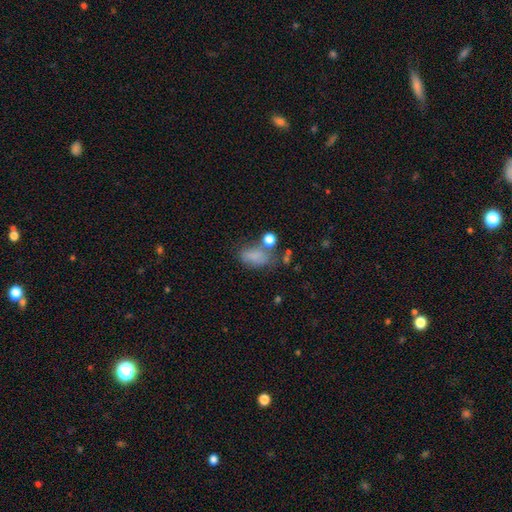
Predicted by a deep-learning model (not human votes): Morphology: type=smooth (75%); roundness=in between (84%); merging=none (45%).